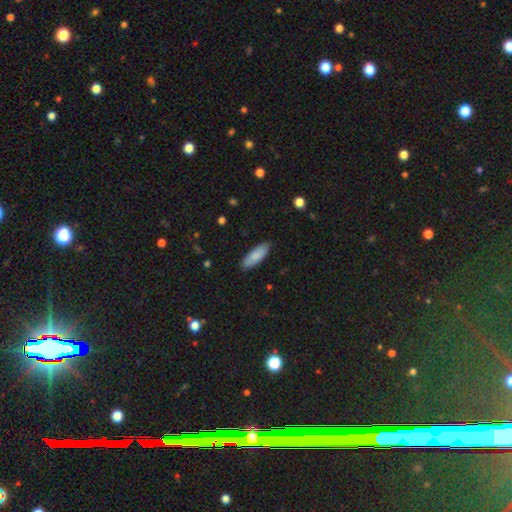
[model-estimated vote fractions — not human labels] Overall: smooth (86%). How rounded: in between (61%; cigar-shaped 37%). Merging: none (88%).